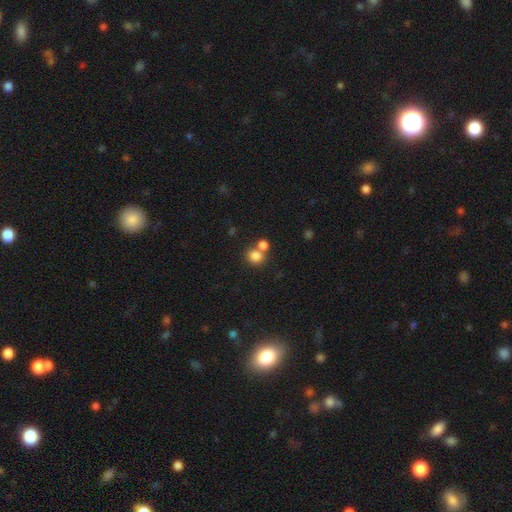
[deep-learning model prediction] Morphology: type=smooth (81%); roundness=round (83%); merging=none (52%).